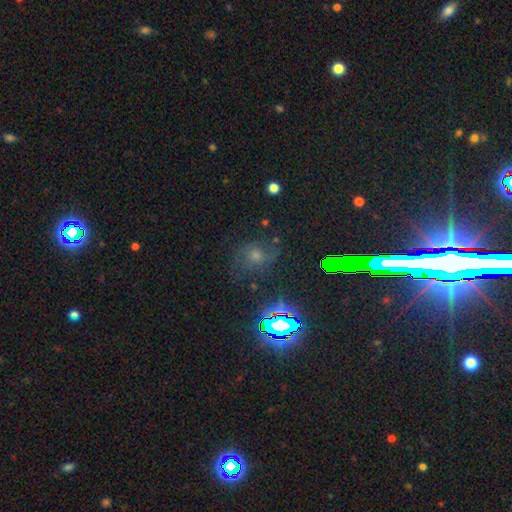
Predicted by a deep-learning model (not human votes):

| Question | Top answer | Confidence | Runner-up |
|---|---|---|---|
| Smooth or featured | star or artifact | 46% | smooth (28%) |